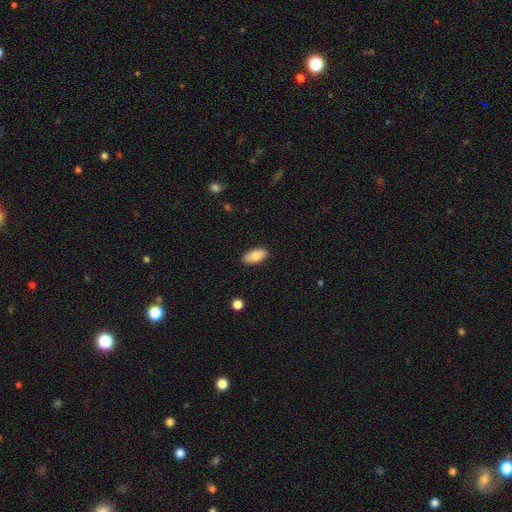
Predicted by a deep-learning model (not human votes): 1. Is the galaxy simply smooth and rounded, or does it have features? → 82% smooth, 12% featured or disk, 6% star or artifact.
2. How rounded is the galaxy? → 89% in between, 8% cigar-shaped, 2% round.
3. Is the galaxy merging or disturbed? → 88% none, 9% minor disturbance, 2% major disturbance, 1% merger.